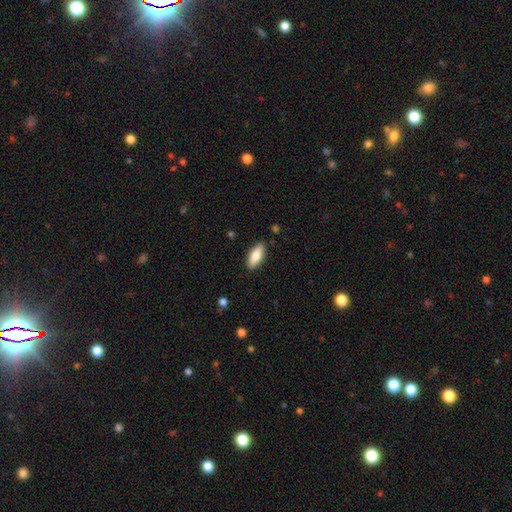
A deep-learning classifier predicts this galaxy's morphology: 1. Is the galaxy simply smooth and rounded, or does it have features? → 80% smooth, 14% featured or disk, 6% star or artifact.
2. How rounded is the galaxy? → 77% in between, 21% cigar-shaped, 2% round.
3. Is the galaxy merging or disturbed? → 87% none, 9% minor disturbance, 2% major disturbance, 1% merger.